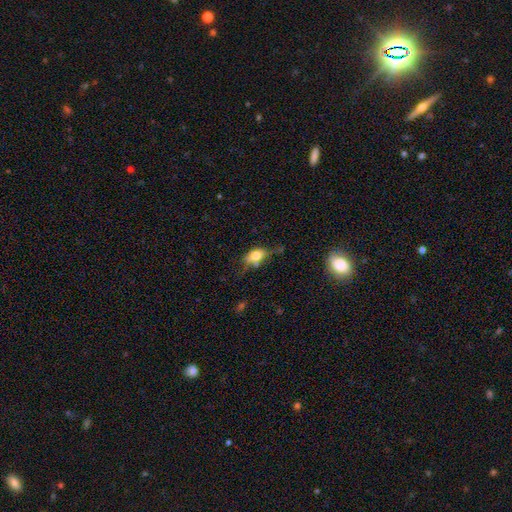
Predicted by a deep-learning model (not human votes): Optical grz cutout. It shows a smooth galaxy with no disk features (67%) that is in between round and cigar-shaped (80%). Merging: none (48%).